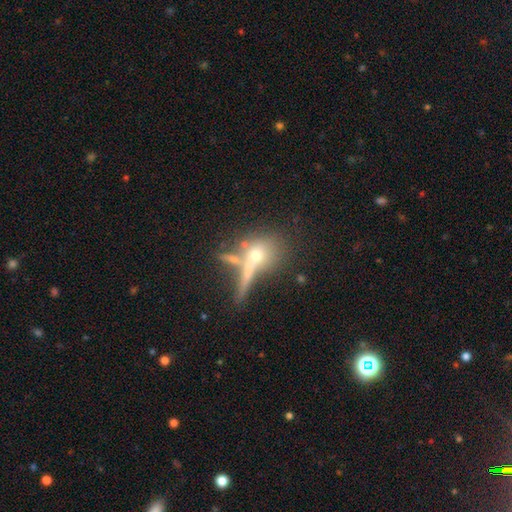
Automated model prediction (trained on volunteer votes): A smooth galaxy with no disk features (53%) that is round (64%).

Vote fractions:
- Smooth or featured? smooth: 53% / featured or disk: 31% / star or artifact: 16%
- How rounded? round: 64% / in between: 24% / cigar-shaped: 11%
- Merging? none: 40% / merger: 33% / major disturbance: 14% / minor disturbance: 13%